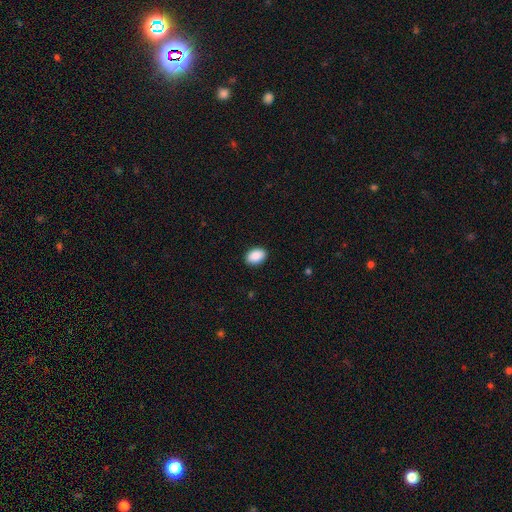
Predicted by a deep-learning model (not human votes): Q: Smooth or featured?
A: smooth (90%); runner-up: star or artifact (7%)
Q: How rounded?
A: in between (85%); runner-up: round (14%)
Q: Merging?
A: none (90%); runner-up: minor disturbance (7%)